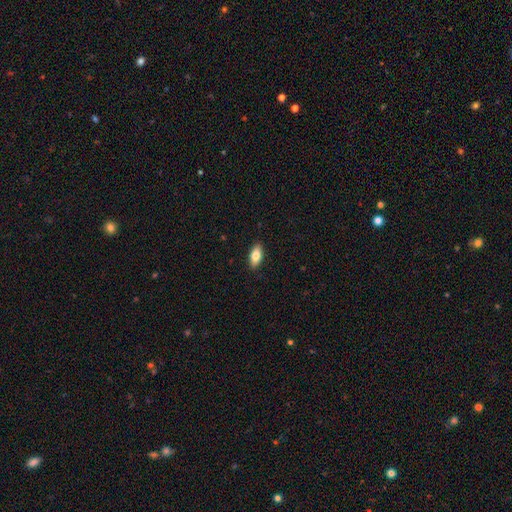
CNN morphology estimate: A smooth galaxy with no disk features (79%) that is in between round and cigar-shaped (87%). Merging: none (89%).